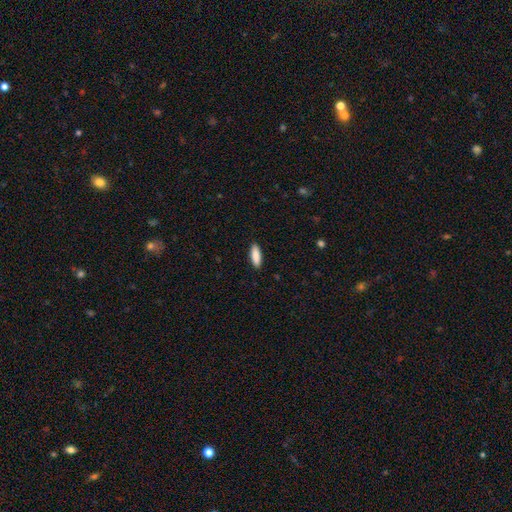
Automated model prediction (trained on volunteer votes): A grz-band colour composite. It shows a smooth galaxy with no disk features (89%) that is in between round and cigar-shaped (60%). Merging: none (90%).